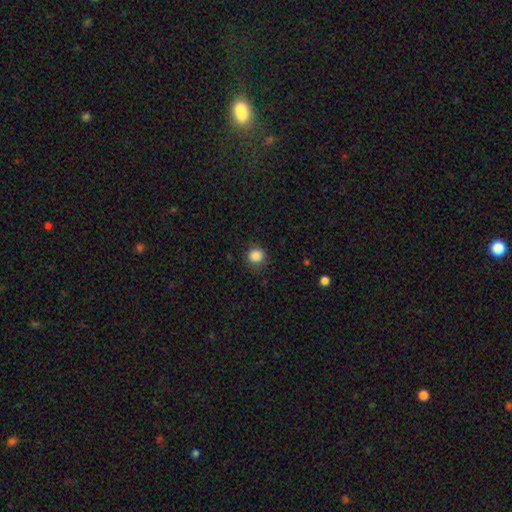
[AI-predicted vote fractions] Q: Smooth or featured?
A: smooth (86%); runner-up: star or artifact (10%)
Q: How rounded?
A: round (91%); runner-up: in between (8%)
Q: Merging?
A: none (86%); runner-up: minor disturbance (10%)